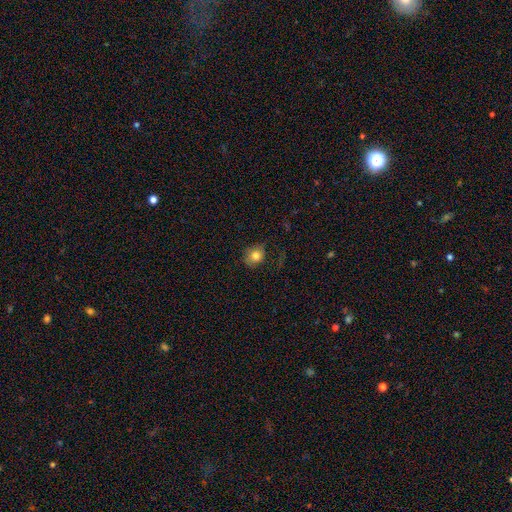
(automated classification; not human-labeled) Smooth or featured? smooth (79%)
How rounded? round (70%)
Merging? none (70%)